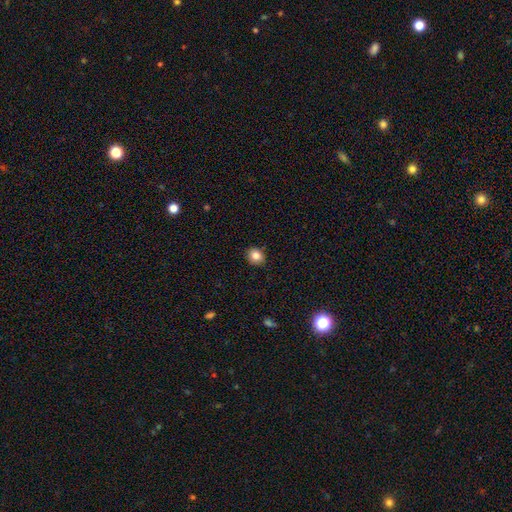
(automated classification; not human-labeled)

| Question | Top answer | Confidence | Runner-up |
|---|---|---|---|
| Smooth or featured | smooth | 82% | star or artifact (10%) |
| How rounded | round | 71% | in between (28%) |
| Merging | none | 90% | minor disturbance (7%) |